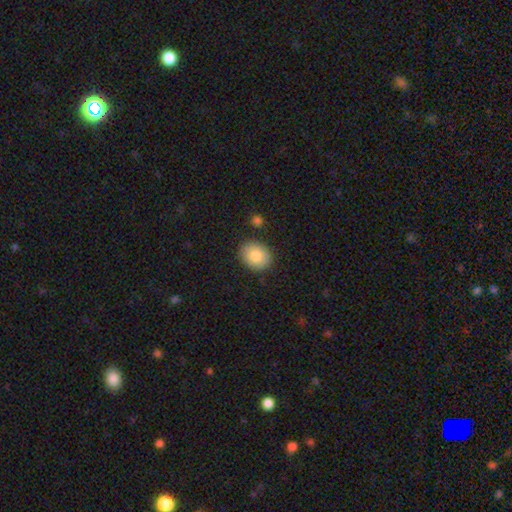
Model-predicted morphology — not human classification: smooth 84%, featured or disk 8%, star or artifact 7%. Down the decision tree: how rounded — in between (56%); merging — none (85%).